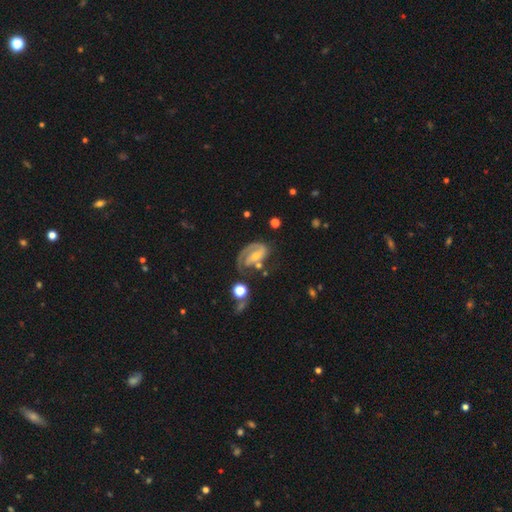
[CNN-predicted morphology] The model was most divided on "spiral winding": tight: 43%, medium: 42%, loose: 15%. Remaining: edge-on disk — no (97%); spiral arms — yes (95%); smooth or featured — featured or disk (85%); bulge size — small (52%); merging — none (49%); spiral arm count — 2 (48%); bar — weak (42%).